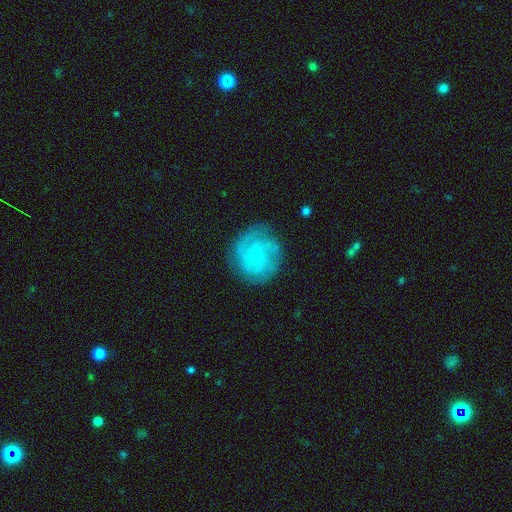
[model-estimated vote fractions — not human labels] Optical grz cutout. It shows a featured or disk galaxy (72%) with no bar (78%), tight (65%) spiral arms (91%) and a small central bulge (82%). Merging: none (76%).